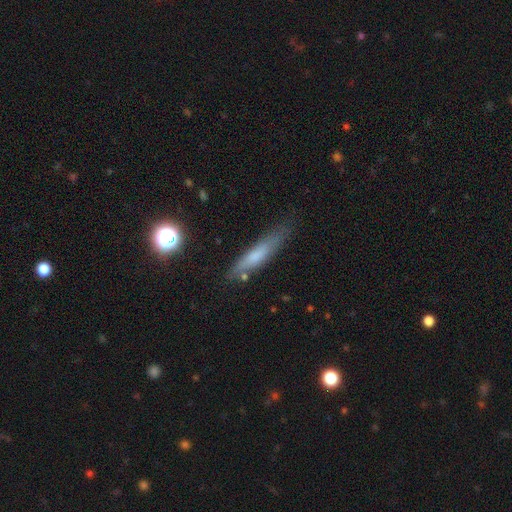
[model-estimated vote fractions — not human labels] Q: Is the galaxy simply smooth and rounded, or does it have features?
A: smooth — 63%.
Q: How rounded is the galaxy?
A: cigar-shaped — 84%.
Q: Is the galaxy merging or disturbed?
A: none — 70%.